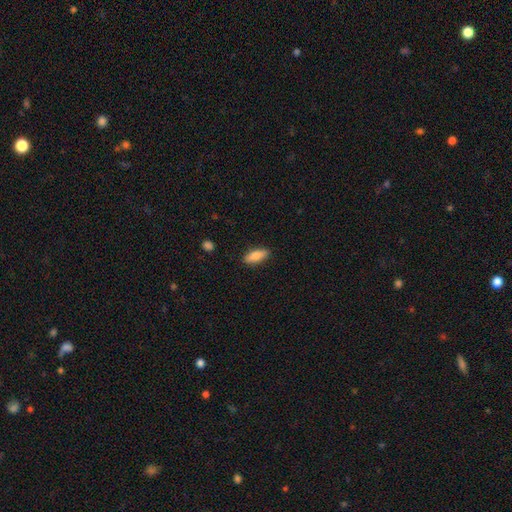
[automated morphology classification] A smooth galaxy with no disk features (82%) that is in between round and cigar-shaped (70%).

Vote fractions:
- Smooth or featured? smooth: 82% / featured or disk: 11% / star or artifact: 6%
- How rounded? in between: 70% / cigar-shaped: 28% / round: 2%
- Merging? none: 87% / minor disturbance: 10% / major disturbance: 2% / merger: 1%